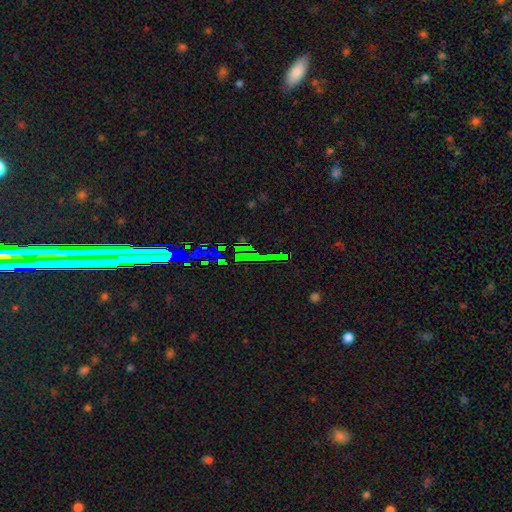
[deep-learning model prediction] Smooth or featured? star or artifact (77%)